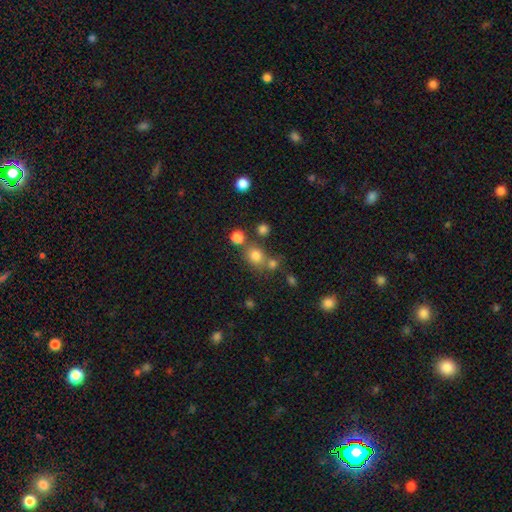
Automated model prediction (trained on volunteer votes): Smooth or featured?
  - smooth: 76% *
  - star or artifact: 16%
  - featured or disk: 8%
How rounded?
  - round: 77% *
  - in between: 22%
  - cigar-shaped: 1%
Merging?
  - none: 64% *
  - merger: 22%
  - minor disturbance: 10%
  - major disturbance: 5%